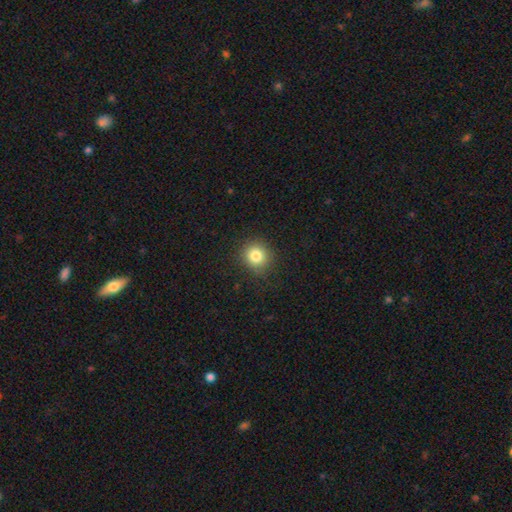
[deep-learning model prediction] smooth-or-featured: smooth: 82% | star or artifact: 12% | featured or disk: 7%
  how-rounded: round: 89% | in between: 10% | cigar-shaped: 1%
  merging: none: 87% | minor disturbance: 9% | major disturbance: 3% | merger: 1%